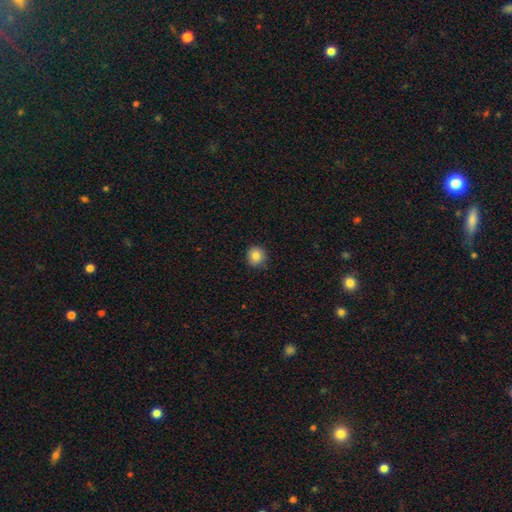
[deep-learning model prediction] This appears to be a smooth galaxy with no disk features (85%) that is round (91%). Merging: none (90%).